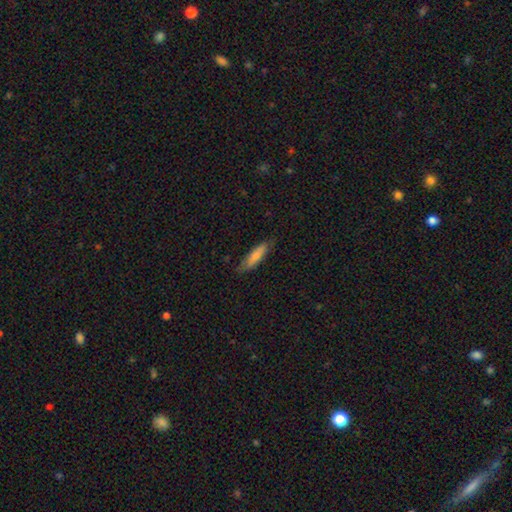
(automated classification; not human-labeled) The model was most divided on "how rounded": cigar-shaped: 64%, in between: 34%, round: 2%. More confident: merging — none (78%); smooth or featured — smooth (72%).